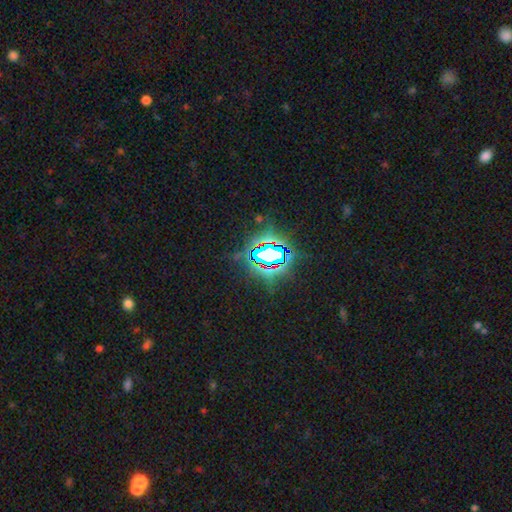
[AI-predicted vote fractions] Q: Smooth or featured?
A: star or artifact (82%); runner-up: smooth (11%)